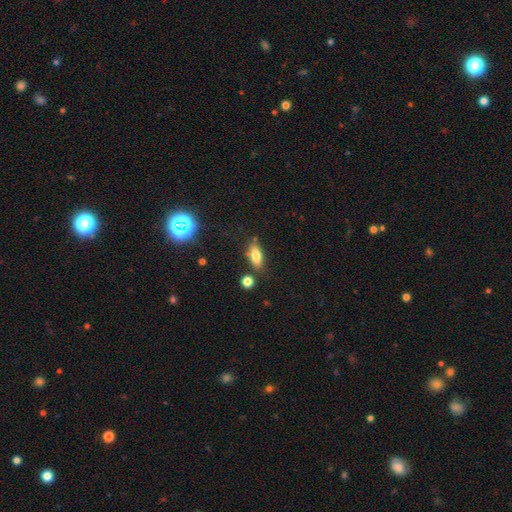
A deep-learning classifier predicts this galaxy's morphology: type=smooth (74%); roundness=in between (72%); merging=none (73%).